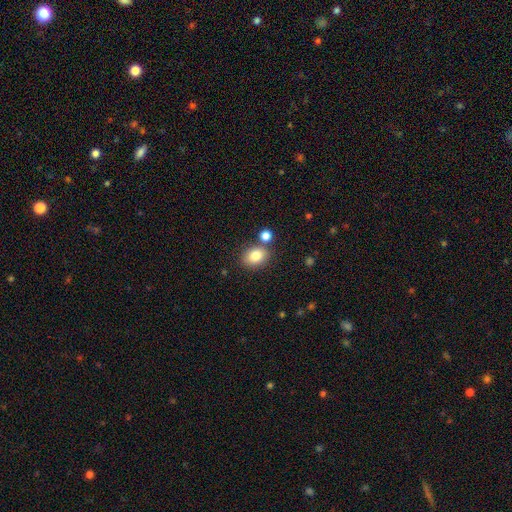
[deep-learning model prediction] smooth 82%, star or artifact 9%, featured or disk 8%. Down the decision tree: how rounded — in between (64%); merging — none (71%).